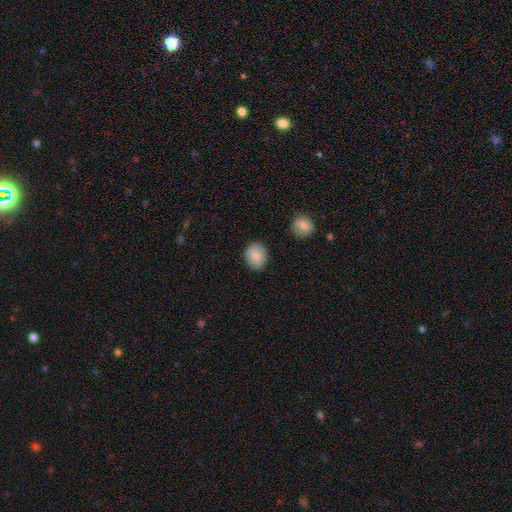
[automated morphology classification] A smooth galaxy with no disk features (83%) that is round (58%).

Vote fractions:
- Smooth or featured? smooth: 83% / featured or disk: 10% / star or artifact: 7%
- How rounded? round: 58% / in between: 41% / cigar-shaped: 1%
- Merging? none: 83% / minor disturbance: 13% / major disturbance: 3% / merger: 2%